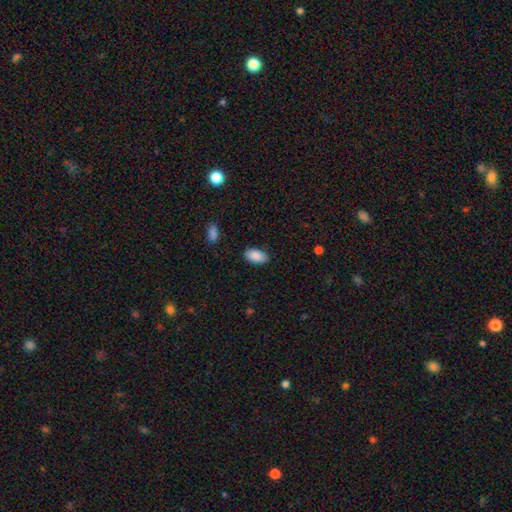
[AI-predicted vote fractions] A smooth galaxy with no disk features (89%) that is in between round and cigar-shaped (94%). Merging: none (85%).